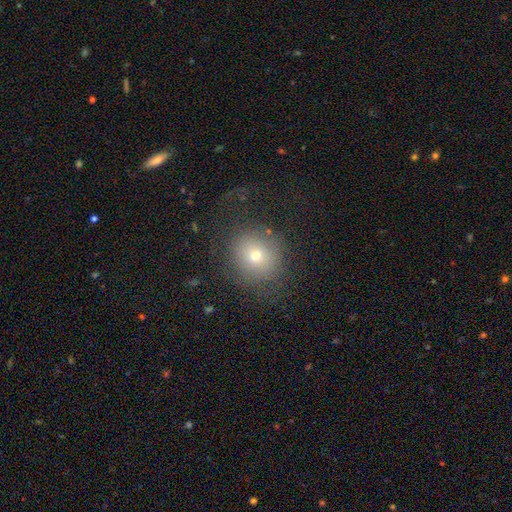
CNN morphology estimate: The model was most divided on "smooth or featured": smooth: 66%, featured or disk: 17%, star or artifact: 17%. More confident: how rounded — round (88%); merging — none (71%).